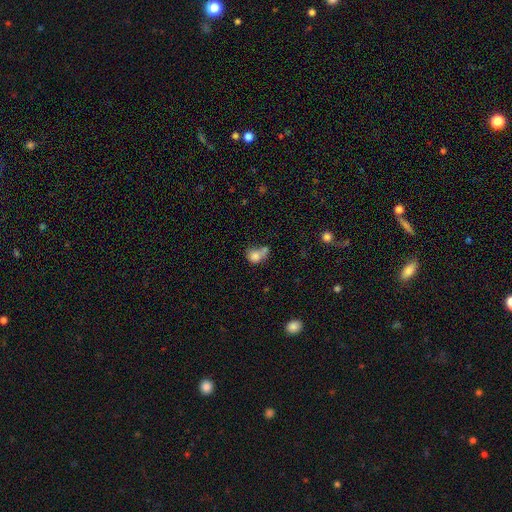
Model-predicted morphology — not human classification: Smooth or featured? smooth (75%)
How rounded? round (52%)
Merging? merger (46%)